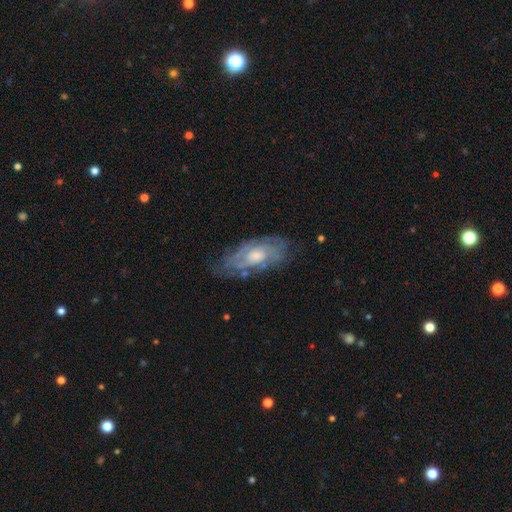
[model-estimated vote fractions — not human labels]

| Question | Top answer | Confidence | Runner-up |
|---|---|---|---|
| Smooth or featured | featured or disk | 76% | smooth (18%) |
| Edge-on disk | no | 90% | yes (10%) |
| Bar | no | 71% | weak (25%) |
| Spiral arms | yes | 85% | no (15%) |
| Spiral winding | tight | 62% | medium (30%) |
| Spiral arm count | can't tell | 54% | 2 (21%) |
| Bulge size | moderate | 58% | small (29%) |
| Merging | none | 69% | minor disturbance (22%) |